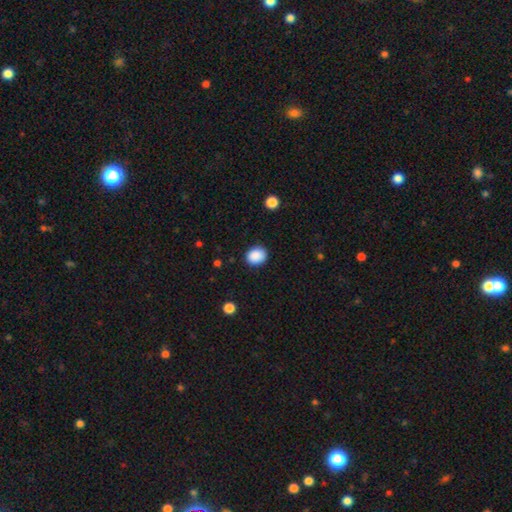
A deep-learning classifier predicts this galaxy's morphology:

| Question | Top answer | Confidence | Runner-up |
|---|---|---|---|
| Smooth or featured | smooth | 89% | star or artifact (8%) |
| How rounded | round | 60% | in between (39%) |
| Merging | none | 88% | minor disturbance (9%) |